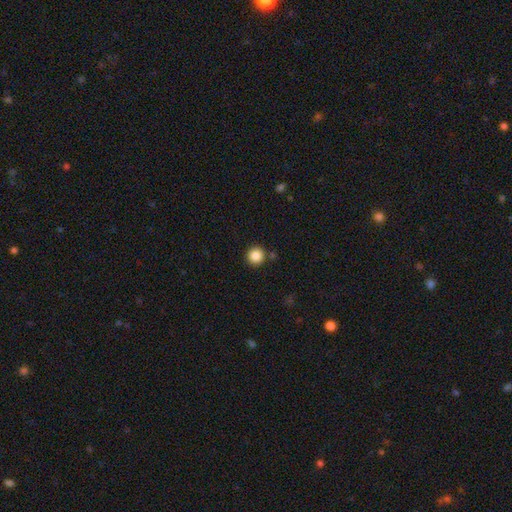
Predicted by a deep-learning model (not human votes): Smooth or featured? Predicted: smooth (p=0.87). How rounded? Predicted: round (p=0.95). Merging? Predicted: none (p=0.88).